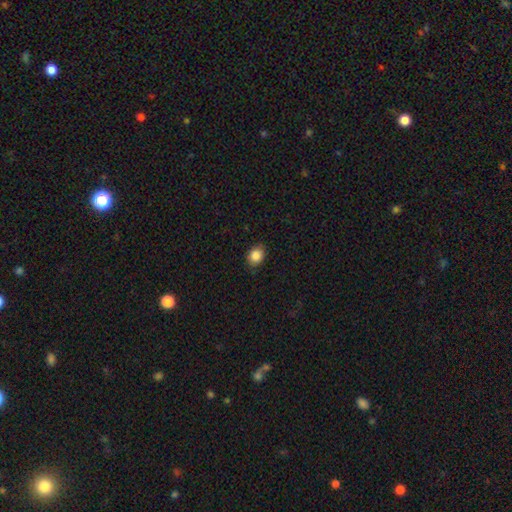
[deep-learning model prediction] Smooth or featured? smooth (86%)
How rounded? in between (50%)
Merging? none (83%)